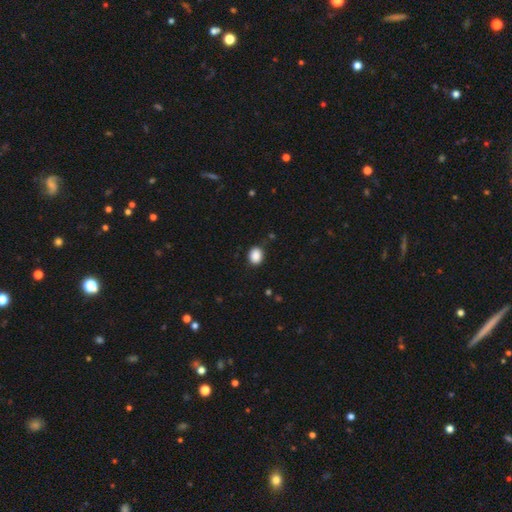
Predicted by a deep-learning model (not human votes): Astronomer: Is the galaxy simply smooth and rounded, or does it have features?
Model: smooth — 88%.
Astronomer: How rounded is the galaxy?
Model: round — 51% (runner-up: in between, 48%).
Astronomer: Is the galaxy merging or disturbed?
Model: none — 84%.